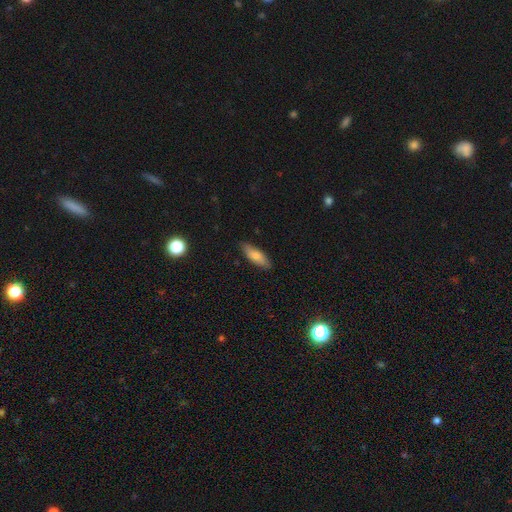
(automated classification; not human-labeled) Smooth or featured: smooth — 77% (featured or disk — 16%)
How rounded: in between — 59% (cigar-shaped — 39%)
Merging: none — 85% (minor disturbance — 12%)